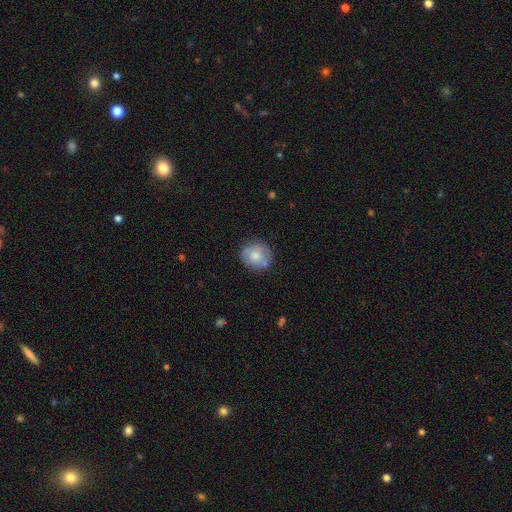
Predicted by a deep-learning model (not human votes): smooth-or-featured: smooth: 72% | featured or disk: 20% | star or artifact: 8%
  how-rounded: round: 85% | in between: 14% | cigar-shaped: 1%
  merging: none: 73% | minor disturbance: 17% | merger: 6% | major disturbance: 4%